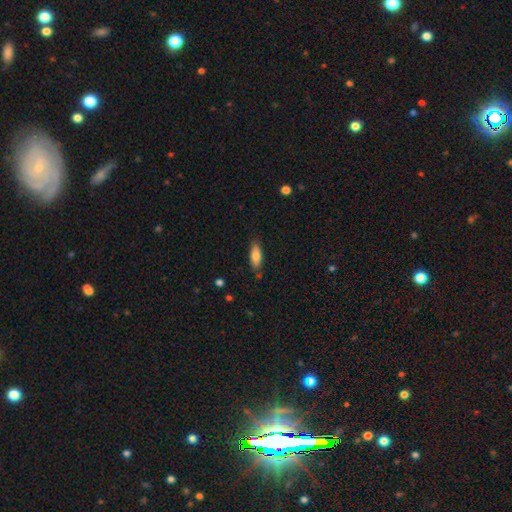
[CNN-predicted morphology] The model was most divided on "how rounded": in between: 65%, cigar-shaped: 33%, round: 2%. More confident: merging — none (81%); smooth or featured — smooth (79%).